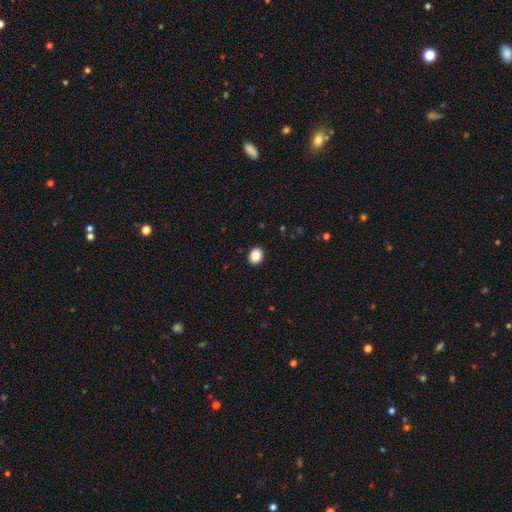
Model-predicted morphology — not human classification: smooth 89%, star or artifact 9%, featured or disk 3%. Down the decision tree: how rounded — round (54%); merging — none (92%).